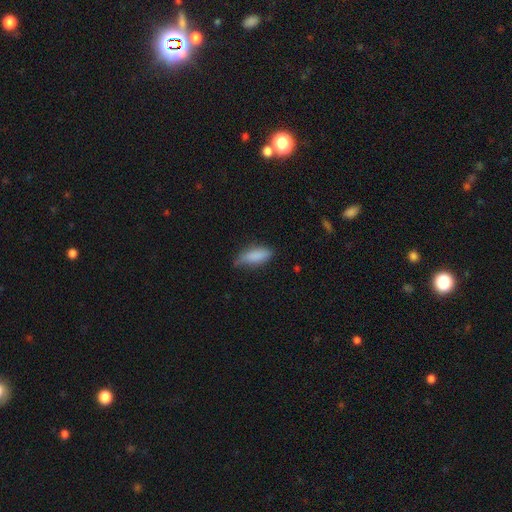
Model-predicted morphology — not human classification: smooth_or_featured: smooth (p=0.84) [alt: featured or disk p=0.10]
how_rounded: in between (p=0.67) [alt: cigar-shaped p=0.31]
merging: none (p=0.60) [alt: minor disturbance p=0.32]